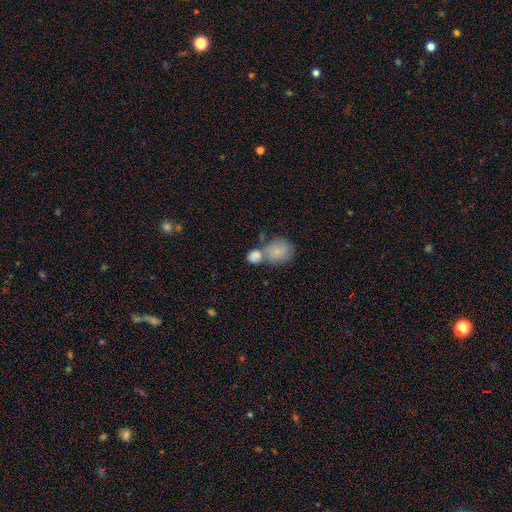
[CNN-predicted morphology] A smooth galaxy with no disk features (82%) that is round (62%). Merging: merger (57%).